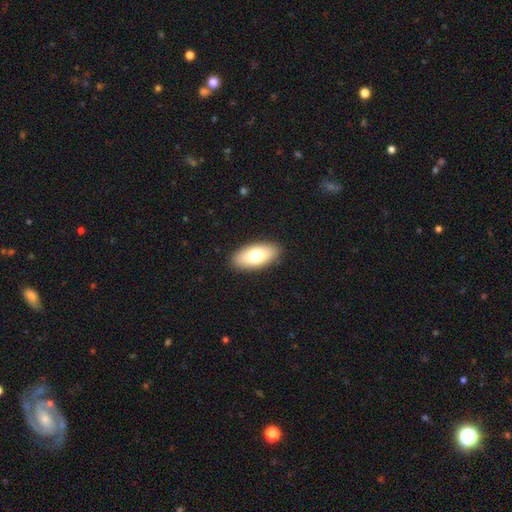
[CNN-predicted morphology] Overall: smooth (74%). How rounded: in between (91%). Merging: none (89%).